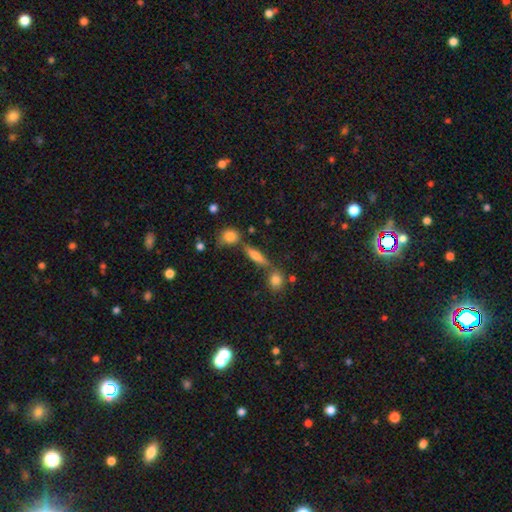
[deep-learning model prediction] smooth 64%, featured or disk 26%, star or artifact 10%. Down the decision tree: how rounded — cigar-shaped (61%); merging — none (68%).